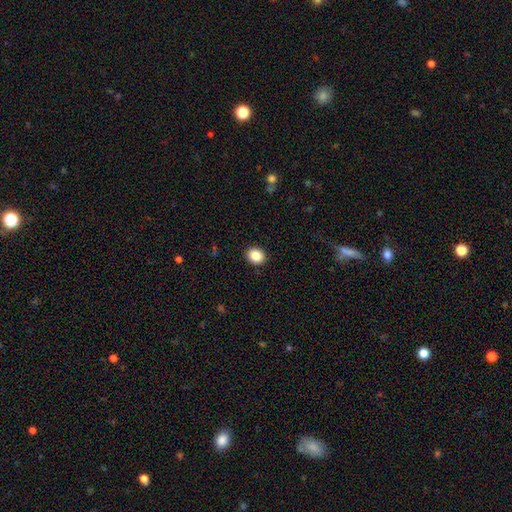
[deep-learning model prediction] smooth 86%, star or artifact 9%, featured or disk 5%. Down the decision tree: how rounded — round (69%); merging — none (92%).